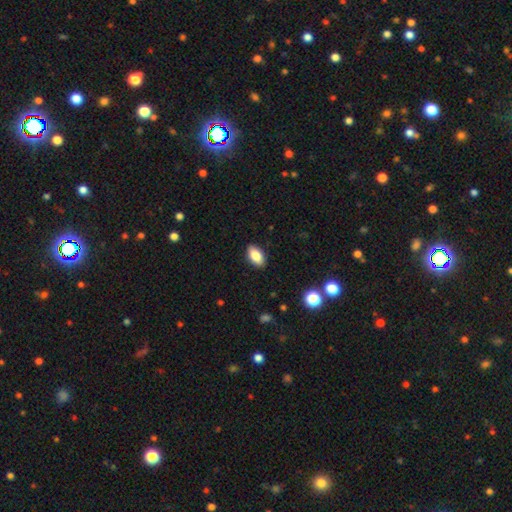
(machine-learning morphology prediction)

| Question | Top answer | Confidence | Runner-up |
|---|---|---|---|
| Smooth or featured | smooth | 84% | featured or disk (8%) |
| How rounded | in between | 92% | round (5%) |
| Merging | none | 89% | minor disturbance (8%) |